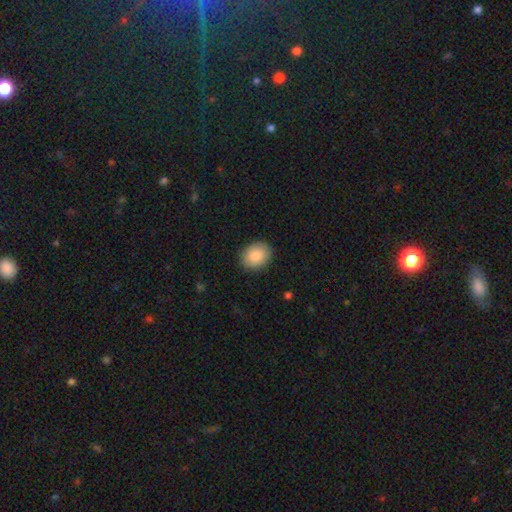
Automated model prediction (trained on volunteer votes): smooth-or-featured: smooth: 85% | featured or disk: 8% | star or artifact: 7%
  how-rounded: in between: 52% | round: 47% | cigar-shaped: 1%
  merging: none: 89% | minor disturbance: 8% | major disturbance: 2% | merger: 1%